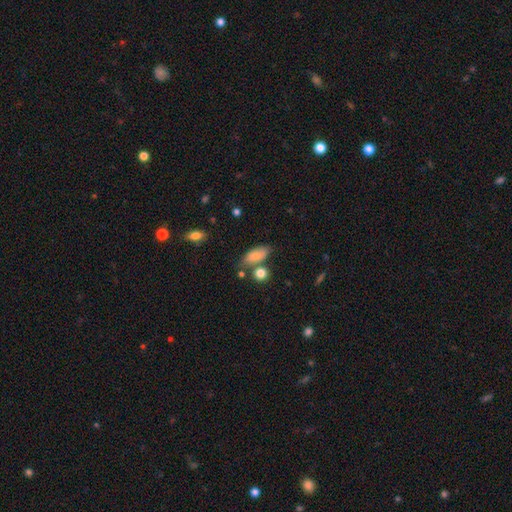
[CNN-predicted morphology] A smooth galaxy with no disk features (82%) that is in between round and cigar-shaped (83%). Merging: none (61%).